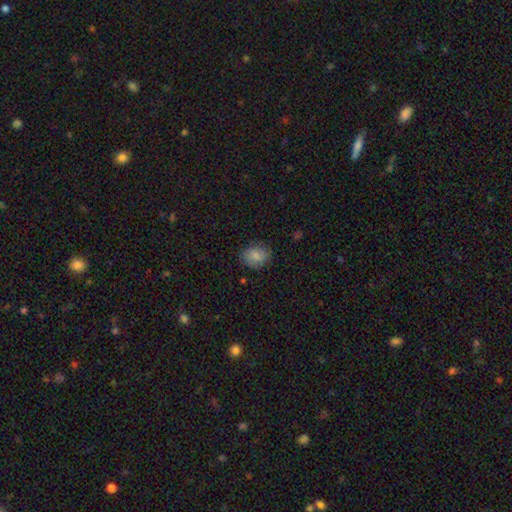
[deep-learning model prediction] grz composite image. It shows a smooth galaxy with no disk features (83%) that is in between round and cigar-shaped (56%). Merging: none (82%).